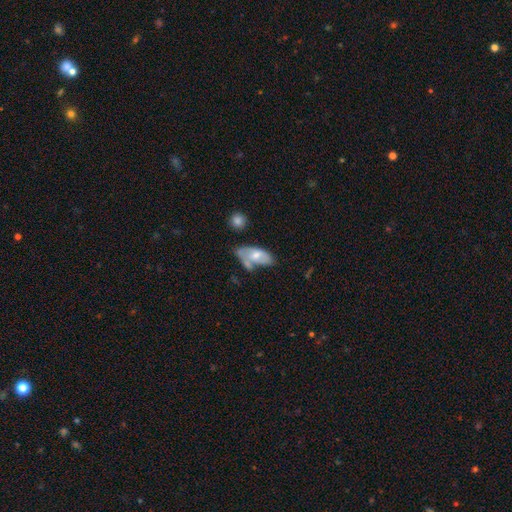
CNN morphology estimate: Q: Smooth or featured?
A: smooth (56%); runner-up: featured or disk (38%)
Q: How rounded?
A: in between (91%); runner-up: cigar-shaped (6%)
Q: Merging?
A: none (31%); runner-up: minor disturbance (27%)